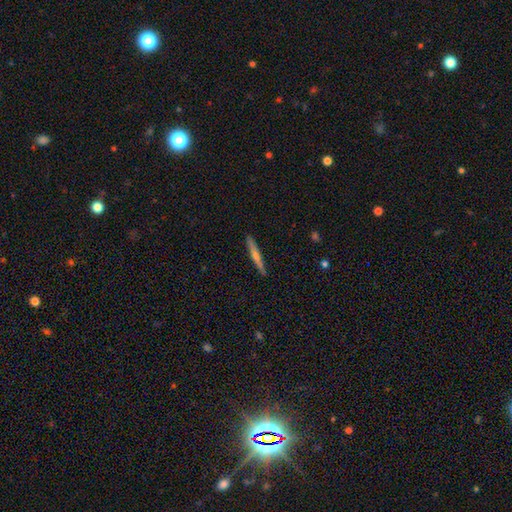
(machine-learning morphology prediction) Smooth or featured? Predicted: featured or disk (p=0.59). Edge-on disk? Predicted: yes (p=0.97). Edge-on bulge? Predicted: rounded (p=0.71). Merging? Predicted: none (p=0.91).